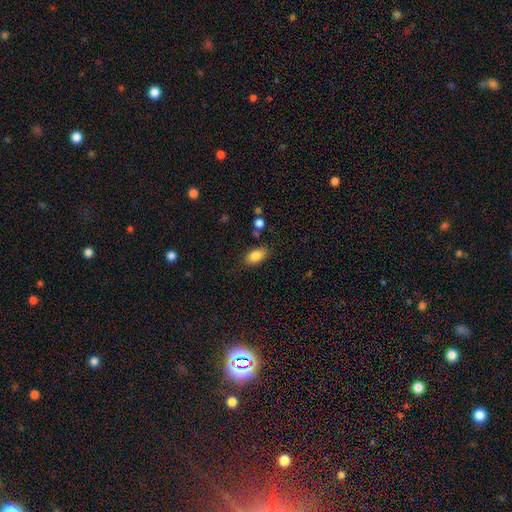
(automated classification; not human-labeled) smooth 84%, star or artifact 8%, featured or disk 7%. Down the decision tree: how rounded — in between (90%); merging — none (80%).